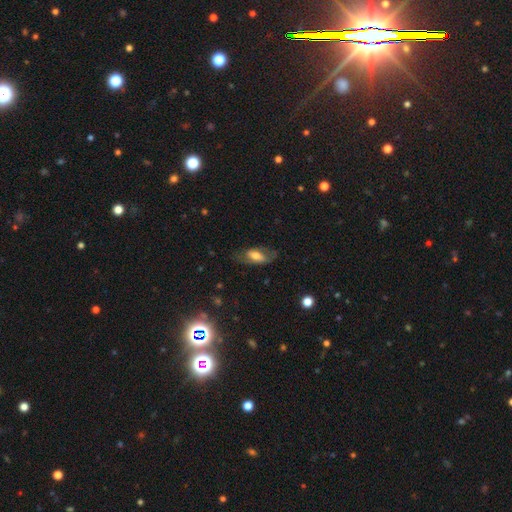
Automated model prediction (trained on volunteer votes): smooth-or-featured: smooth: 50% | featured or disk: 42% | star or artifact: 8%
  merging: none: 66% | minor disturbance: 20% | major disturbance: 12% | merger: 1%